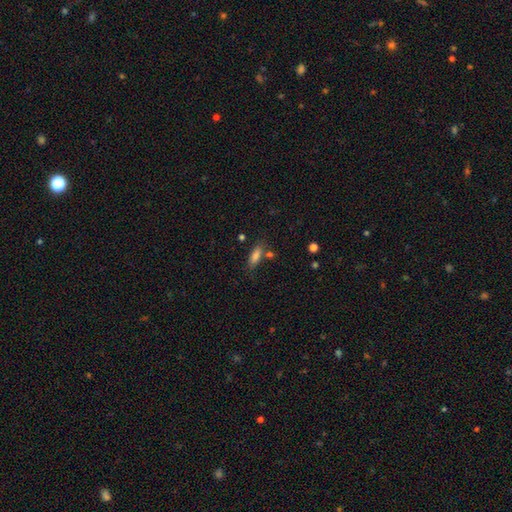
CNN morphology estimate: smooth-or-featured: smooth: 80% | featured or disk: 12% | star or artifact: 8%
  how-rounded: in between: 67% | cigar-shaped: 31% | round: 3%
  merging: none: 69% | minor disturbance: 15% | merger: 12% | major disturbance: 4%